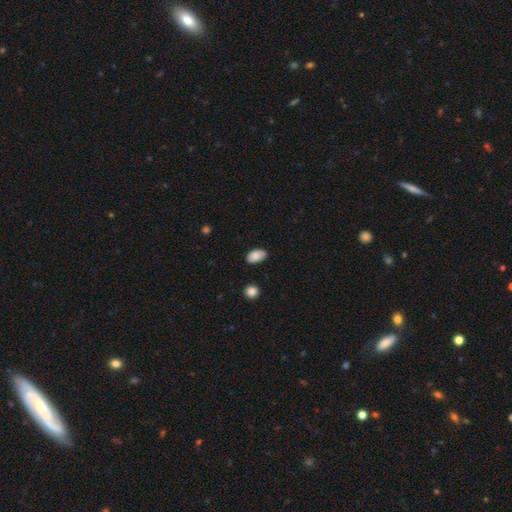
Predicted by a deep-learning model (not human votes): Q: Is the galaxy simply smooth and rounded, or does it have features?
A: smooth — 84%.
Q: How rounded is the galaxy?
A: in between — 92%.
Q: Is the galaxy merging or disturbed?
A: none — 79%.